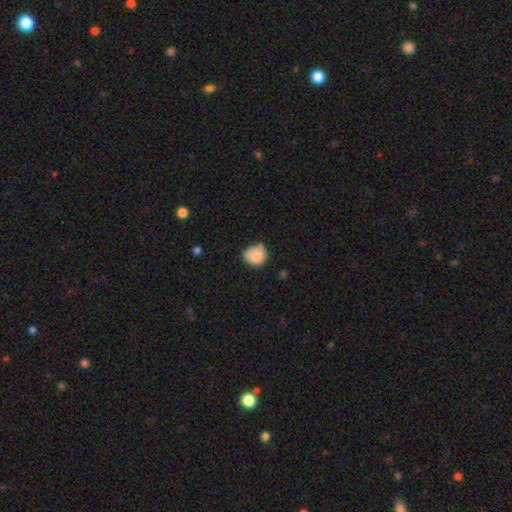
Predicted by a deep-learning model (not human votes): This is clearly a smooth galaxy (84%). How rounded: likely round (75%). Merging: possibly none (53%).